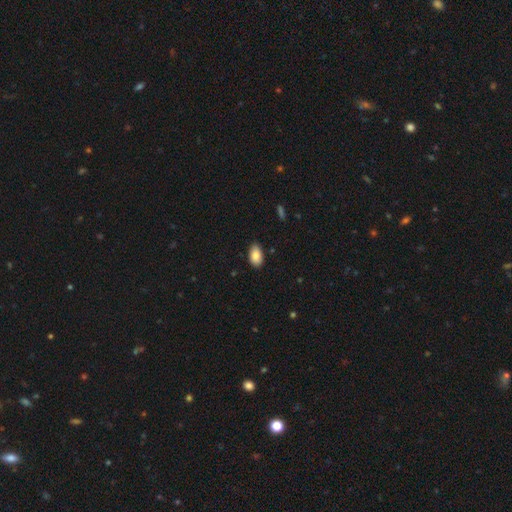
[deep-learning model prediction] Smooth or featured? smooth (86%)
How rounded? in between (93%)
Merging? none (85%)